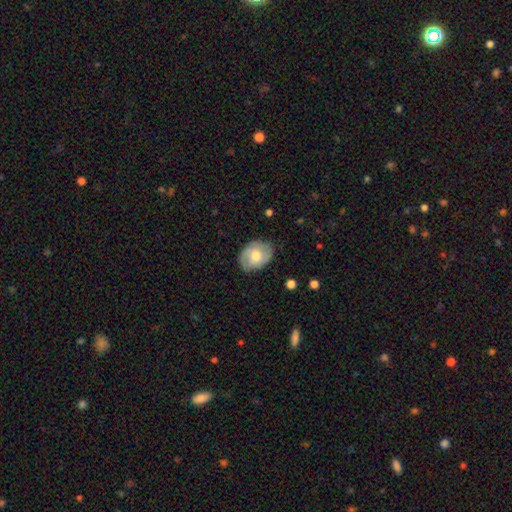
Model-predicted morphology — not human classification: A smooth galaxy with no disk features (54%) that is in between round and cigar-shaped (69%). Merging: none (76%).